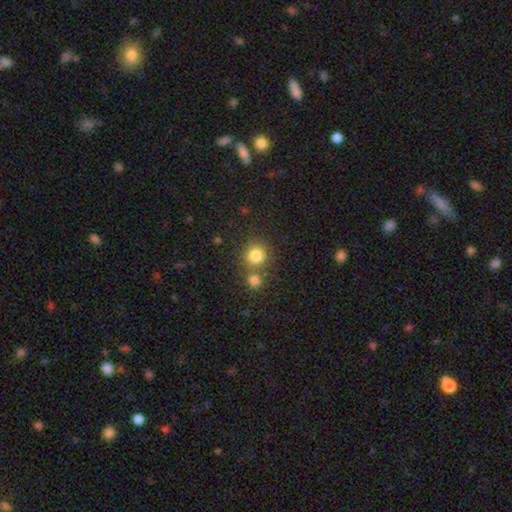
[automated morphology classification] smooth-or-featured: smooth: 81% | star or artifact: 12% | featured or disk: 7%
  how-rounded: round: 89% | in between: 10% | cigar-shaped: 1%
  merging: none: 61% | merger: 28% | minor disturbance: 8% | major disturbance: 3%